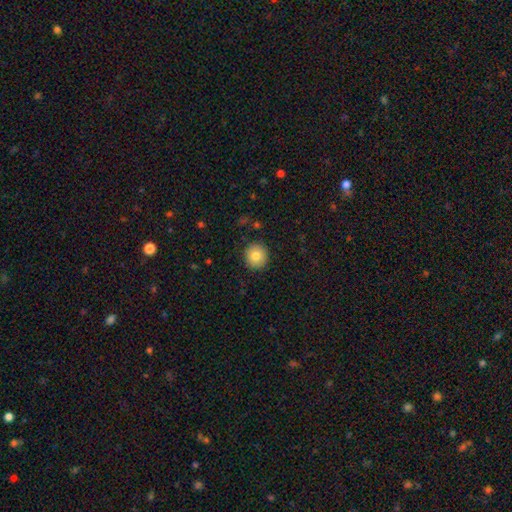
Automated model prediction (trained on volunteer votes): This appears to be a smooth galaxy with no disk features (81%) that is round (93%). Merging: none (91%).